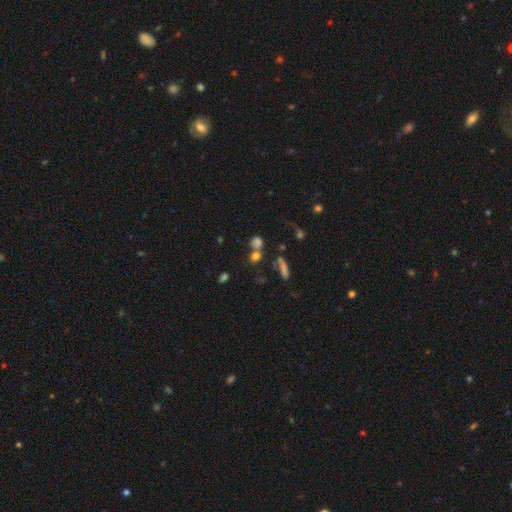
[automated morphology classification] Q: Smooth or featured?
A: smooth (71%); runner-up: star or artifact (18%)
Q: How rounded?
A: round (75%); runner-up: in between (21%)
Q: Merging?
A: none (48%); runner-up: merger (36%)